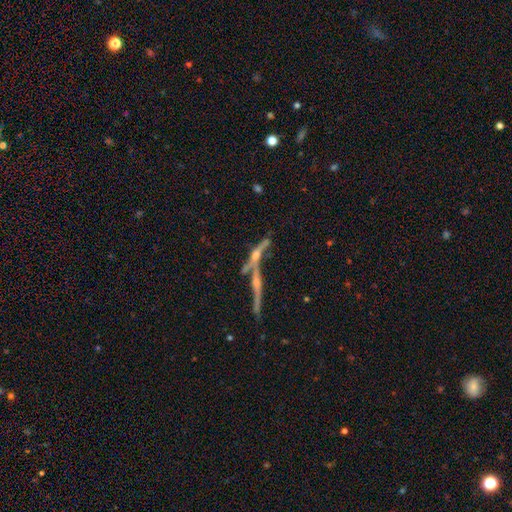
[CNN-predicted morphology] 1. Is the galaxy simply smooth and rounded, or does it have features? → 73% featured or disk, 14% smooth, 13% star or artifact.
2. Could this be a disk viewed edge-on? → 87% yes, 13% no.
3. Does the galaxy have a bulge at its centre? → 77% rounded, 16% none, 7% boxy.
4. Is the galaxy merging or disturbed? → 46% none, 38% merger, 10% minor disturbance, 7% major disturbance.